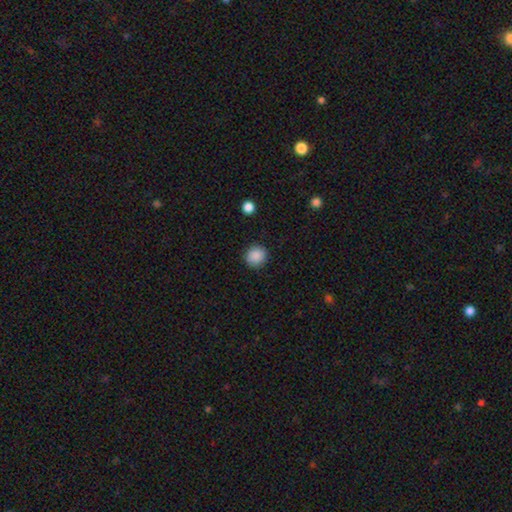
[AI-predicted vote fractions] smooth 88%, star or artifact 9%, featured or disk 3%. Down the decision tree: how rounded — round (90%); merging — none (91%).